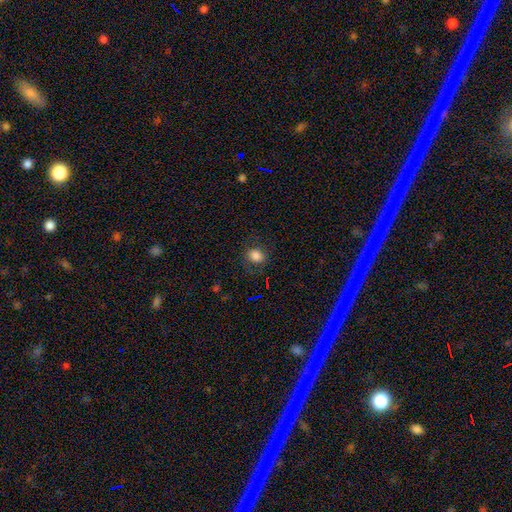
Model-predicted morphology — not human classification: A smooth galaxy with no disk features (79%) that is round (67%). Merging: none (76%).